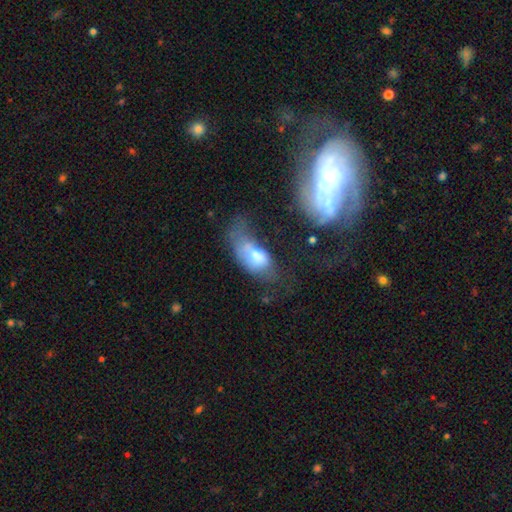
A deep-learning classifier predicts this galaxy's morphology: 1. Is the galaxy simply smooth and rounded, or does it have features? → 59% smooth, 30% featured or disk, 10% star or artifact.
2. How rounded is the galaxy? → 87% in between, 7% cigar-shaped, 6% round.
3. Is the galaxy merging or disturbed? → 45% major disturbance, 22% minor disturbance, 20% none, 14% merger.